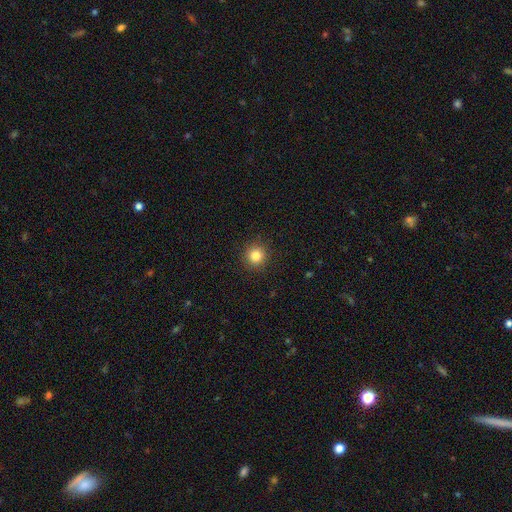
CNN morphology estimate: Q: Smooth or featured?
A: smooth (83%); runner-up: star or artifact (12%)
Q: How rounded?
A: round (95%); runner-up: in between (4%)
Q: Merging?
A: none (92%); runner-up: minor disturbance (5%)